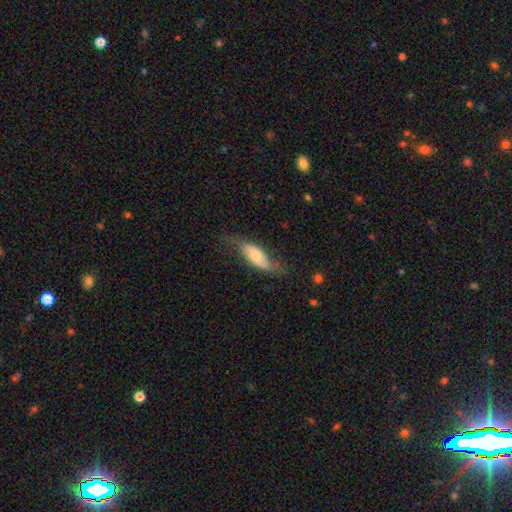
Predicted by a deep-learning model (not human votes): Smooth or featured: smooth — 52% (featured or disk — 42%)
How rounded: in between — 70% (cigar-shaped — 27%)
Merging: none — 57% (minor disturbance — 27%)